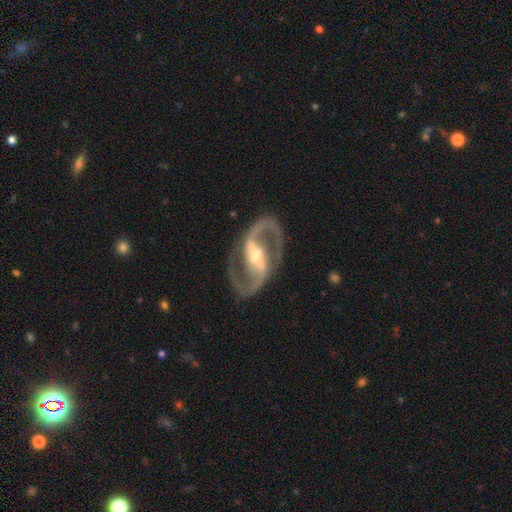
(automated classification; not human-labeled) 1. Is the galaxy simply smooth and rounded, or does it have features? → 93% featured or disk, 4% star or artifact, 4% smooth.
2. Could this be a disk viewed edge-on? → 97% no, 3% yes.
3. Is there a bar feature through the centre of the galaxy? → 62% strong, 28% weak, 10% no.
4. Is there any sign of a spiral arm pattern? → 97% yes, 3% no.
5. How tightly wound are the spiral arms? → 64% medium, 19% loose, 17% tight.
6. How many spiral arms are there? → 94% 2, 2% can't tell, 1% 1, 1% 3, 1% 4, 1% more than 4.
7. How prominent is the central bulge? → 62% moderate, 29% small, 6% large, 2% none, 1% dominant.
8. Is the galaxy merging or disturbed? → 85% none, 9% minor disturbance, 4% major disturbance, 1% merger.